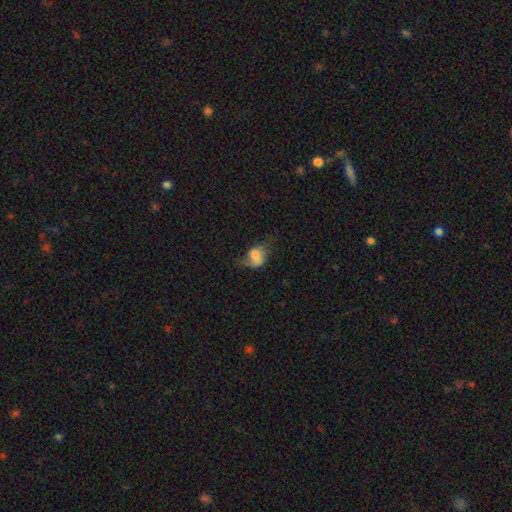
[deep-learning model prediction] This appears to be a smooth galaxy with no disk features (62%) that is in between round and cigar-shaped (66%). Merging: major disturbance (43%).